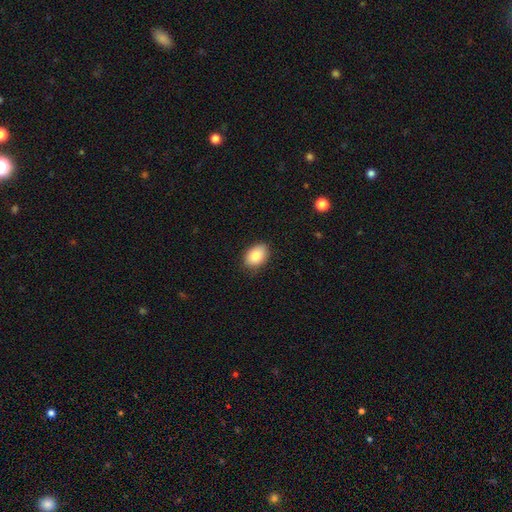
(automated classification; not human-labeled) A smooth galaxy with no disk features (85%) that is in between round and cigar-shaped (83%).

Vote fractions:
- Smooth or featured? smooth: 85% / featured or disk: 8% / star or artifact: 8%
- How rounded? in between: 83% / round: 15% / cigar-shaped: 1%
- Merging? none: 85% / minor disturbance: 12% / major disturbance: 2% / merger: 1%